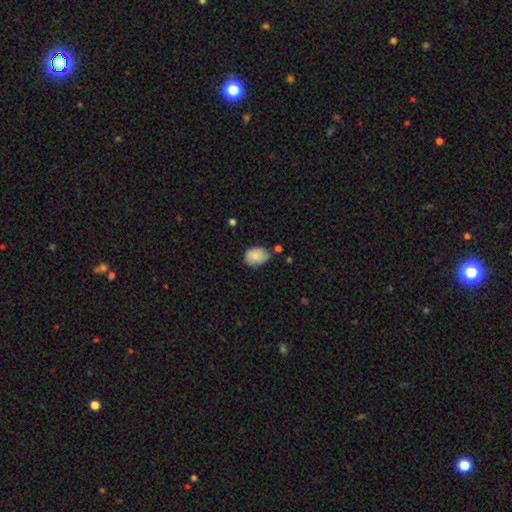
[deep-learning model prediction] This appears to be a smooth galaxy with no disk features (85%) that is in between round and cigar-shaped (76%). Merging: none (64%).